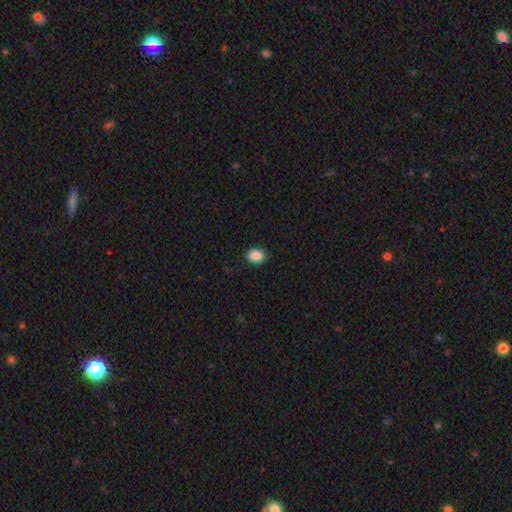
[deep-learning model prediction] This appears to be a smooth galaxy with no disk features (88%) that is in between round and cigar-shaped (59%). Merging: none (89%).